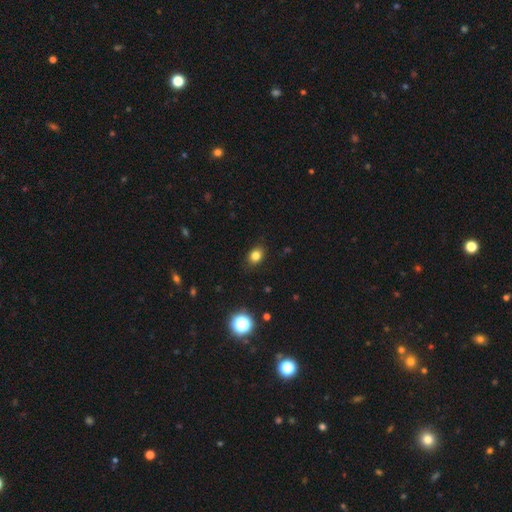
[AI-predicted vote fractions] Morphology: type=smooth (81%); roundness=in between (60%); merging=none (87%).